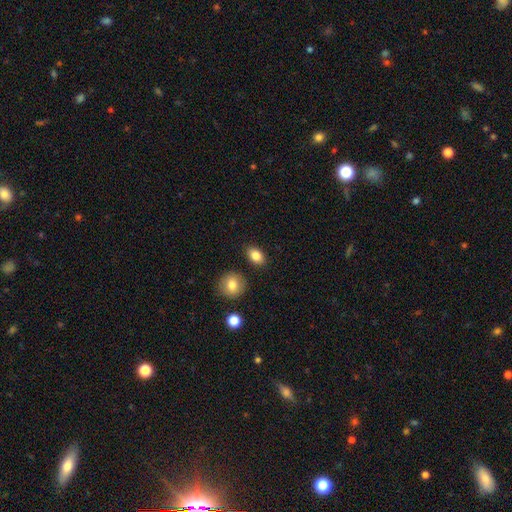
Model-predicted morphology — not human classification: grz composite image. It shows a smooth galaxy with no disk features (85%) that is in between round and cigar-shaped (81%). Merging: none (86%).